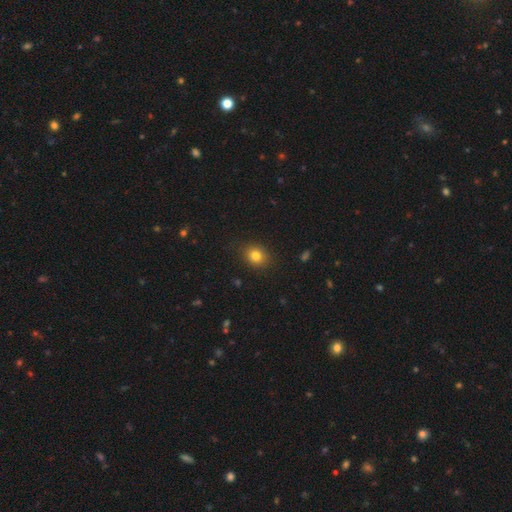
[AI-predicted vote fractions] Overall: smooth (81%). How rounded: round (66%; in between 33%). Merging: none (87%).